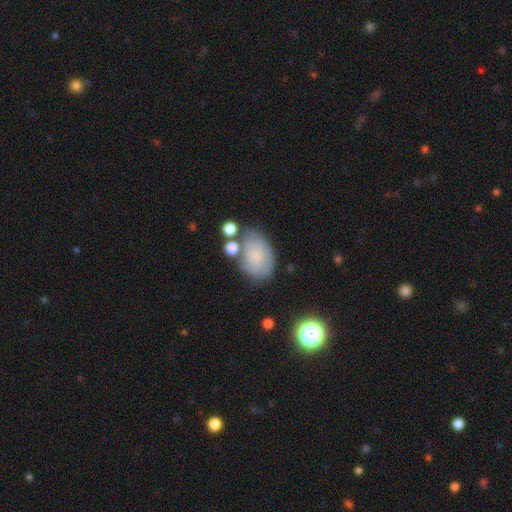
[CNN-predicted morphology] A smooth galaxy with no disk features (67%) that is in between round and cigar-shaped (84%). Merging: none (57%).